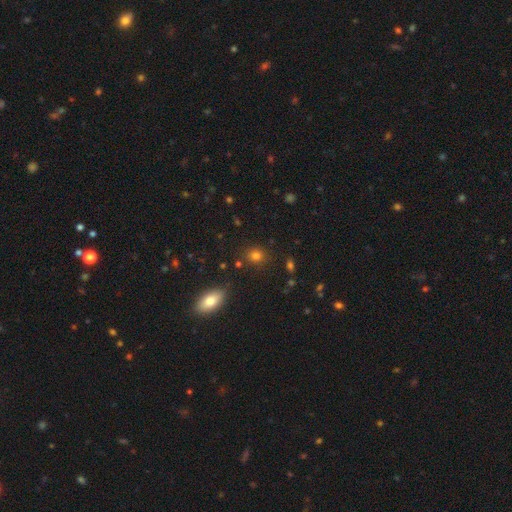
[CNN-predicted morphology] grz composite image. It shows a smooth galaxy with no disk features (78%) that is round (72%). Merging: none (83%).